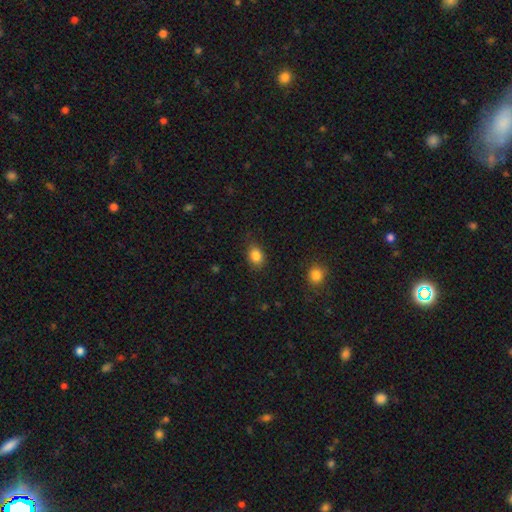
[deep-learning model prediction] This appears to be a smooth galaxy with no disk features (85%) that is in between round and cigar-shaped (62%). Merging: none (81%).